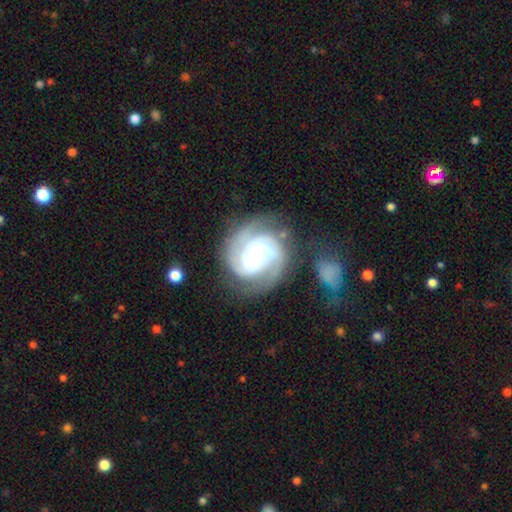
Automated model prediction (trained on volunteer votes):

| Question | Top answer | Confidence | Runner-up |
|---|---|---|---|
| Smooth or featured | featured or disk | 89% | smooth (6%) |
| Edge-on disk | no | 98% | yes (2%) |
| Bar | weak | 43% | no (39%) |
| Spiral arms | yes | 98% | no (2%) |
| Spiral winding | tight | 49% | medium (43%) |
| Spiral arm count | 2 | 61% | 3 (22%) |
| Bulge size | moderate | 68% | small (16%) |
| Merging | none | 69% | minor disturbance (17%) |